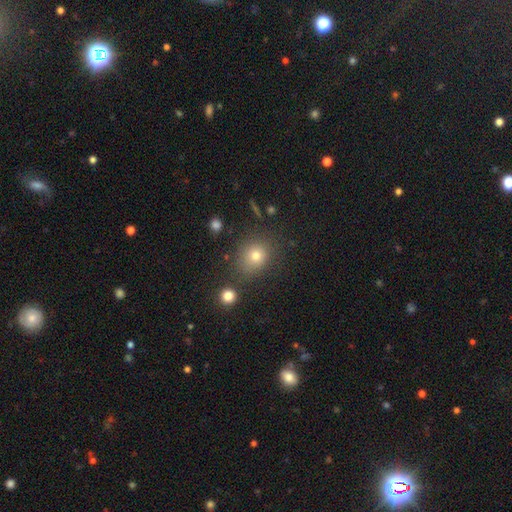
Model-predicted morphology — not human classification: Smooth or featured?
  - smooth: 75% *
  - star or artifact: 16%
  - featured or disk: 9%
How rounded?
  - round: 70% *
  - in between: 29%
  - cigar-shaped: 1%
Merging?
  - none: 77% *
  - minor disturbance: 13%
  - merger: 5%
  - major disturbance: 5%